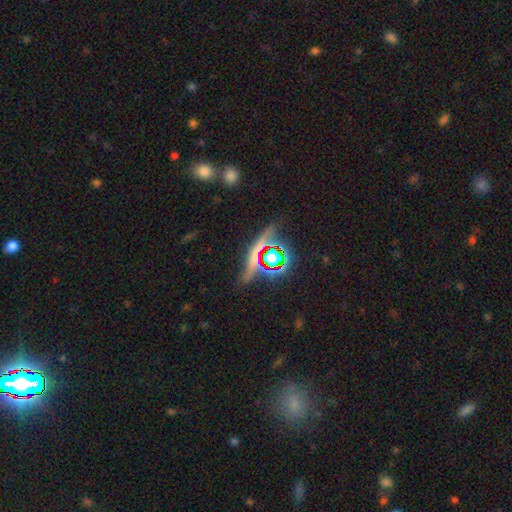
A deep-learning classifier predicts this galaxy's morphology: smooth_or_featured: star or artifact (p=0.62) [alt: smooth p=0.19]